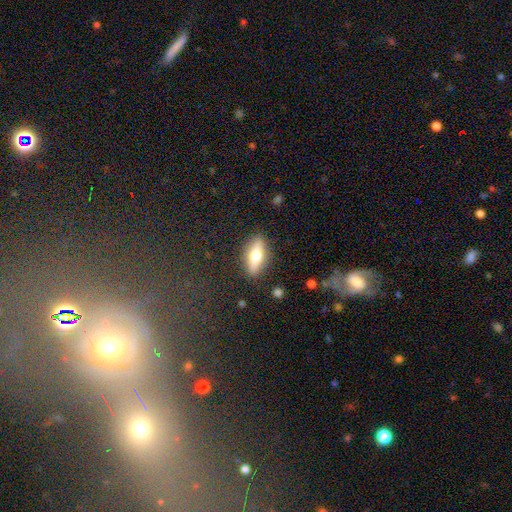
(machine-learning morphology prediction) Smooth or featured?
  - smooth: 52% *
  - featured or disk: 42%
  - star or artifact: 6%
How rounded?
  - in between: 57% *
  - cigar-shaped: 39%
  - round: 4%
Merging?
  - none: 87% *
  - minor disturbance: 9%
  - major disturbance: 3%
  - merger: 1%